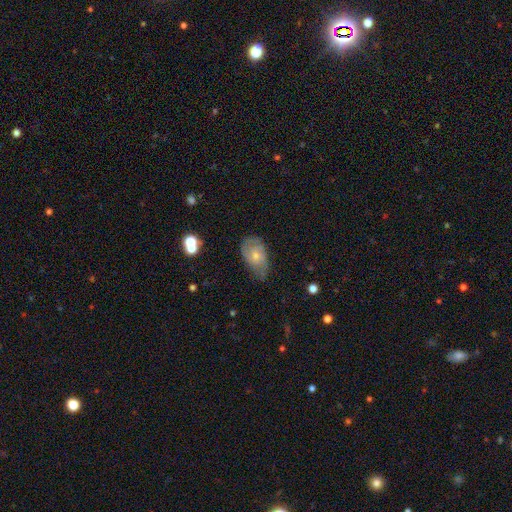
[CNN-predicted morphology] Smooth or featured? smooth (53%)
How rounded? in between (87%)
Merging? none (46%)